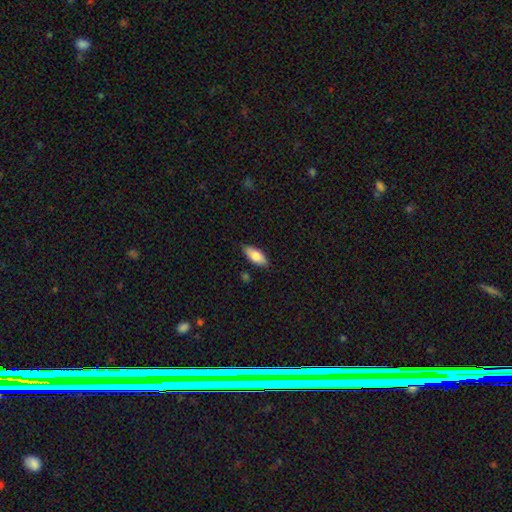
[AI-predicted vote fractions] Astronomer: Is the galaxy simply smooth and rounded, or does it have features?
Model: smooth — 81%.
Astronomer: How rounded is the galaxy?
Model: in between — 84%.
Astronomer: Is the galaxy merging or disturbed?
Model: none — 84%.